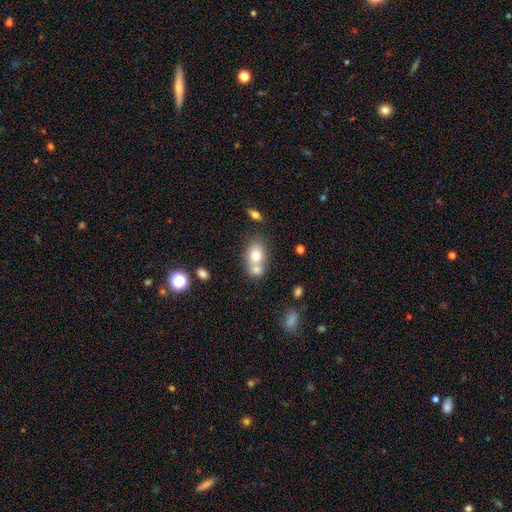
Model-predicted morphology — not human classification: This appears to be a smooth galaxy with no disk features (71%) that is in between round and cigar-shaped (66%). Merging: merger (55%).